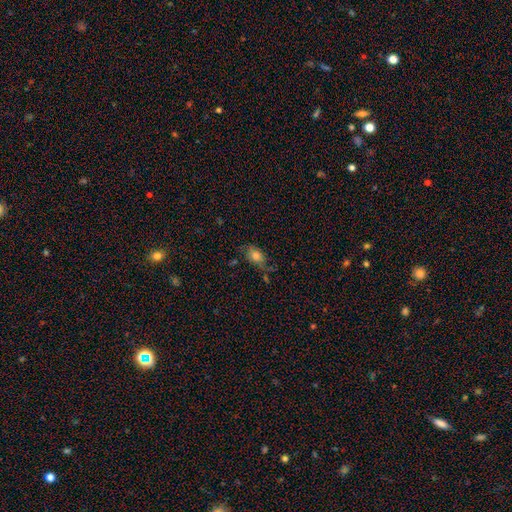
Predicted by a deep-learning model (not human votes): Smooth or featured? Predicted: smooth (p=0.72). How rounded? Predicted: in between (p=0.80). Merging? Predicted: none (p=0.56).